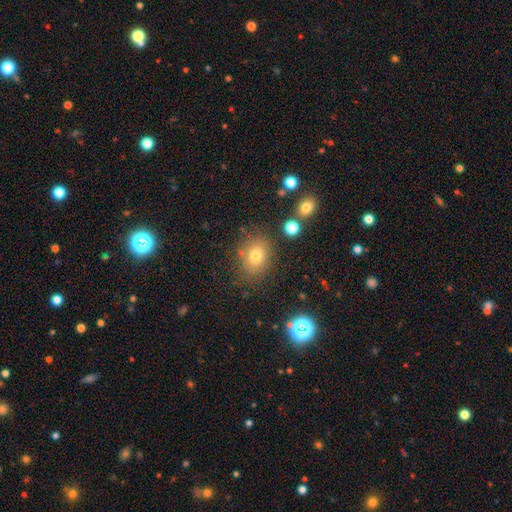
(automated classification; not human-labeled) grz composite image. It shows a smooth galaxy with no disk features (75%) that is in between round and cigar-shaped (56%). Merging: none (78%).